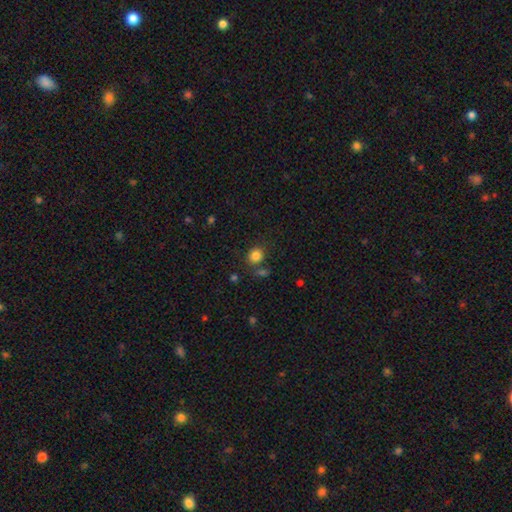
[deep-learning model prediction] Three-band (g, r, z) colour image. It shows a smooth galaxy with no disk features (83%) that is round (71%). Merging: none (75%).